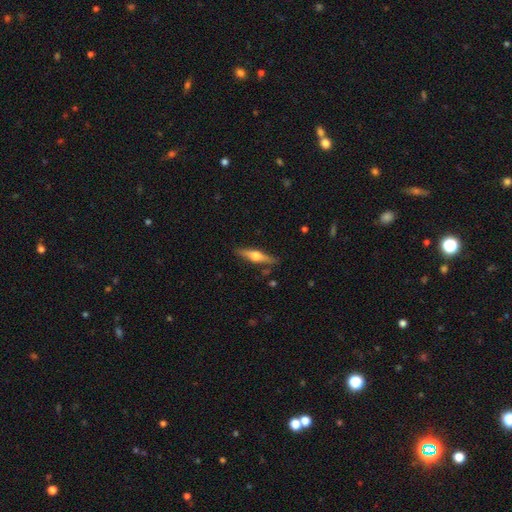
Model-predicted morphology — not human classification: This appears to be a featured or disk galaxy (63%) viewed edge-on (96%) with a rounded central bulge (93%). Merging: none (85%).